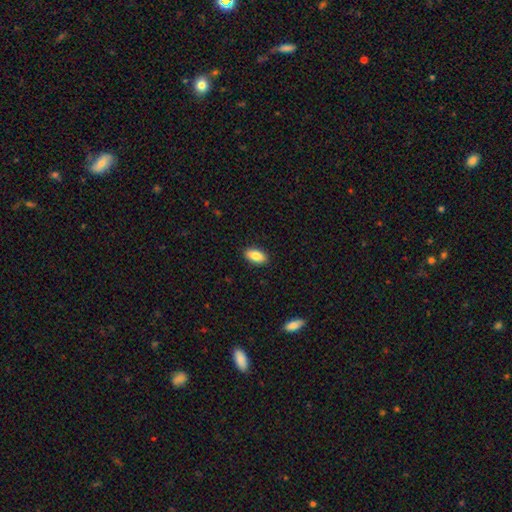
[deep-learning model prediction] A smooth galaxy with no disk features (85%) that is in between round and cigar-shaped (90%). Merging: none (90%).